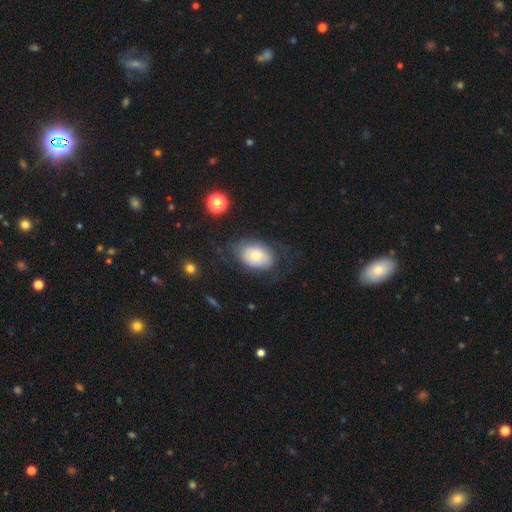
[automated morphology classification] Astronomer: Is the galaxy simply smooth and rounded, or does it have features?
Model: smooth — 54% (runner-up: featured or disk, 38%).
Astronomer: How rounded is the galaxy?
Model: in between — 84%.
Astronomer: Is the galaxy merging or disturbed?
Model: none — 60%.